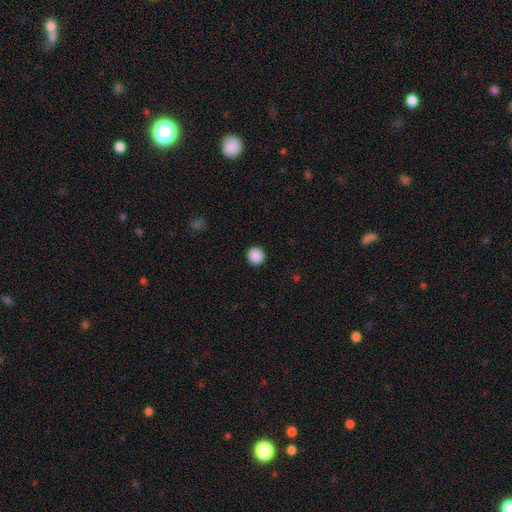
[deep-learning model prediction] A smooth galaxy with no disk features (89%) that is round (93%).

Vote fractions:
- Smooth or featured? smooth: 89% / star or artifact: 9% / featured or disk: 2%
- How rounded? round: 93% / in between: 6% / cigar-shaped: 1%
- Merging? none: 92% / minor disturbance: 5% / major disturbance: 2% / merger: 1%